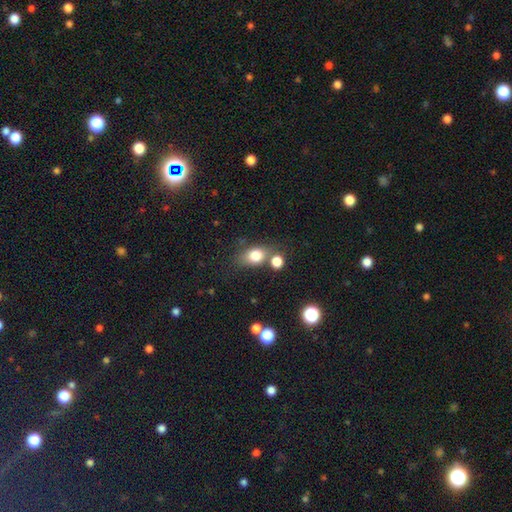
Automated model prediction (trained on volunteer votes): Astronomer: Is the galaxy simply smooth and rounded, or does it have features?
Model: smooth — 77%.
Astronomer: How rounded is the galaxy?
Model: in between — 63%.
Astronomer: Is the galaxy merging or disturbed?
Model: none — 58%.